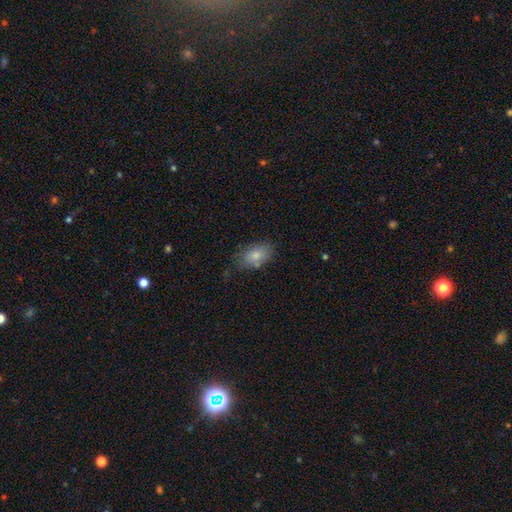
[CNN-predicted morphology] Smooth or featured? smooth (81%)
How rounded? in between (91%)
Merging? none (66%)